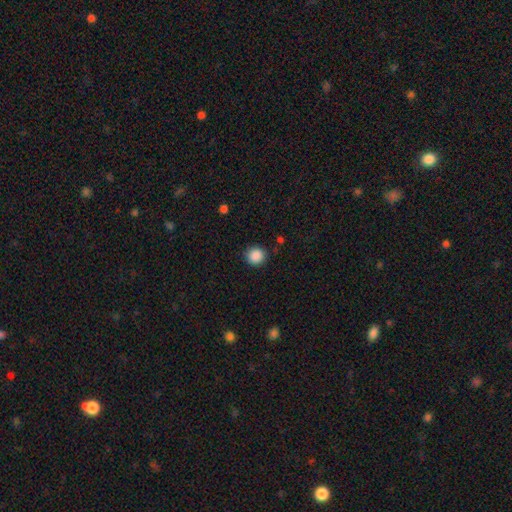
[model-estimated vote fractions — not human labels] This appears to be a smooth galaxy with no disk features (88%) that is round (92%). Merging: none (89%).